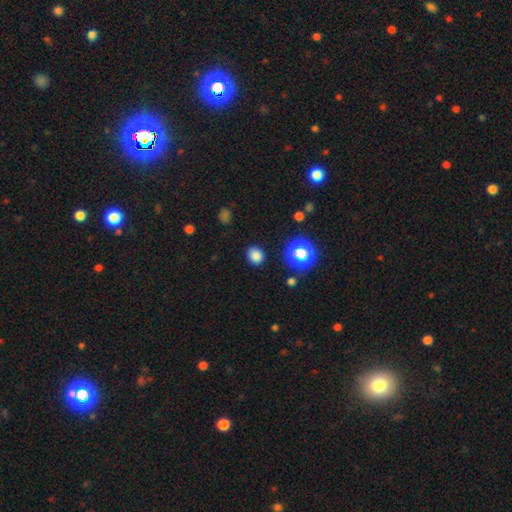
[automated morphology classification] A smooth galaxy with no disk features (79%) that is round (62%). Merging: none (86%).